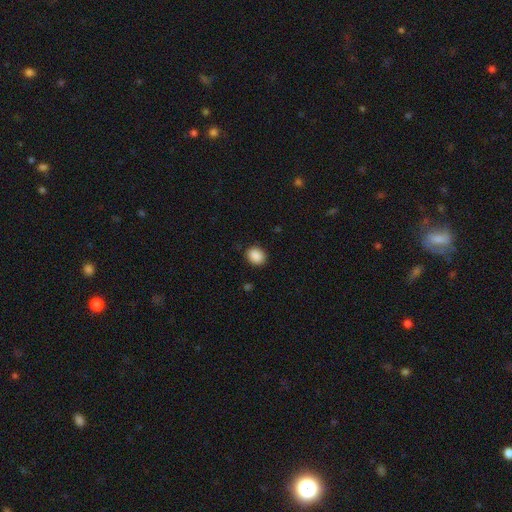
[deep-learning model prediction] Smooth or featured? smooth (89%)
How rounded? round (64%)
Merging? none (88%)